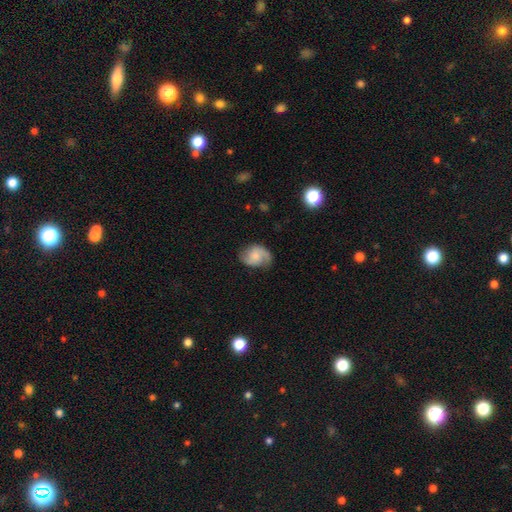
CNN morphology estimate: featured or disk 69%, smooth 24%, star or artifact 7%. Down the decision tree: edge-on disk — no (98%); bar — no (62%); spiral arms — yes (94%); spiral arm count — 2 (87%); spiral winding — medium (46%); bulge size — small (44%); merging — none (73%).